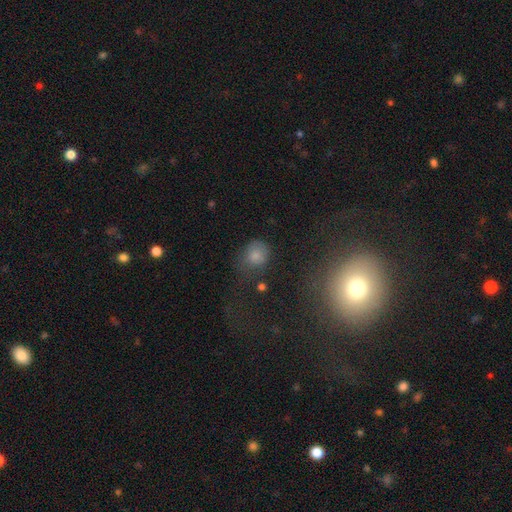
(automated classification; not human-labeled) Smooth or featured? Predicted: smooth (p=0.75). How rounded? Predicted: round (p=0.65). Merging? Predicted: none (p=0.50).